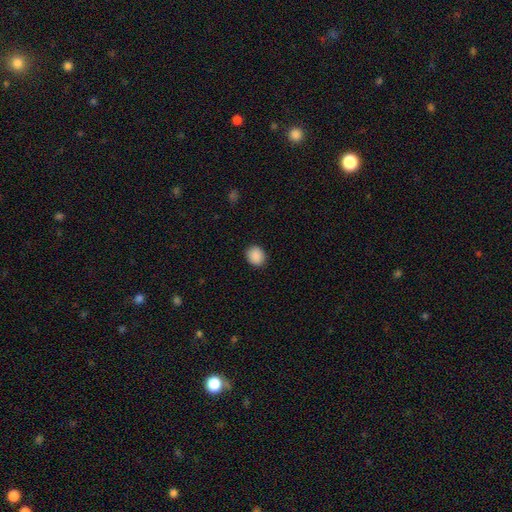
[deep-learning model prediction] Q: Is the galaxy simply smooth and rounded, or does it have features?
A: smooth — 90%.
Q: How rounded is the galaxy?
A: round — 65%.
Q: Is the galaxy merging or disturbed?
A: none — 90%.